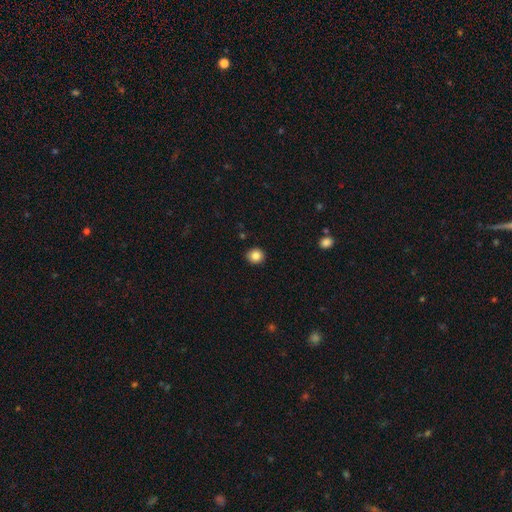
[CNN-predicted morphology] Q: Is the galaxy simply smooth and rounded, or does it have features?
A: smooth — 85%.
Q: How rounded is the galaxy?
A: round — 90%.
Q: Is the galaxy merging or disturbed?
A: none — 91%.